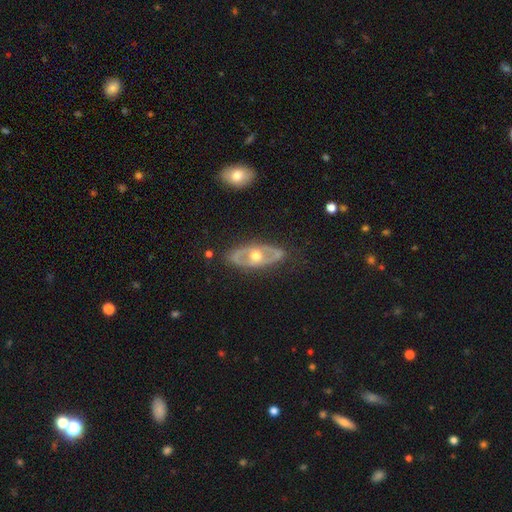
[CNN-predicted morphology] Smooth or featured: featured or disk — 70% (smooth — 25%)
Edge-on disk: no — 82% (yes — 18%)
Bar: no — 82% (weak — 13%)
Spiral arms: no — 75% (yes — 25%)
Bulge size: moderate — 77% (large — 12%)
Merging: none — 81% (minor disturbance — 13%)